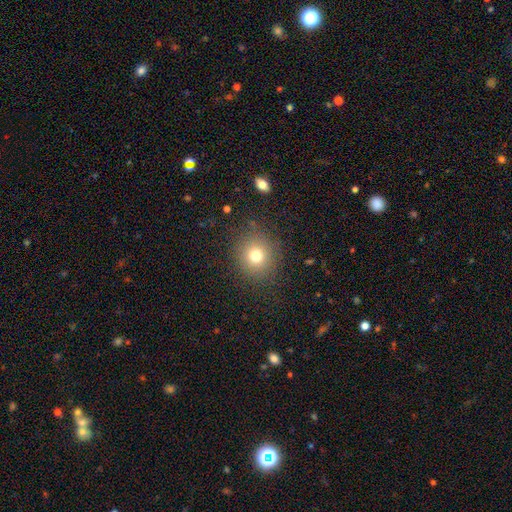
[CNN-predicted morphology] A smooth galaxy with no disk features (75%) that is round (87%). Merging: none (86%).